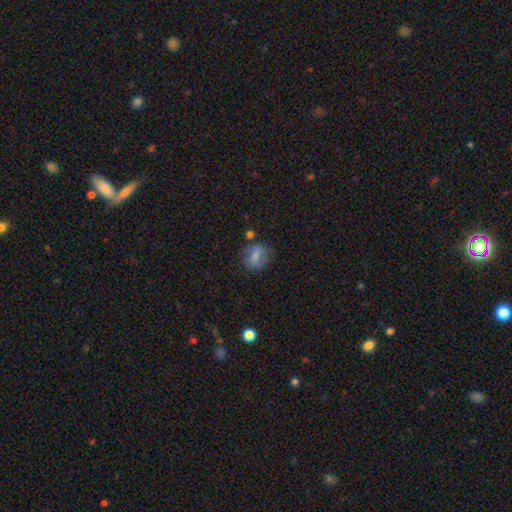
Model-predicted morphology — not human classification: smooth_or_featured: smooth (p=0.70) [alt: featured or disk p=0.19]
how_rounded: in between (p=0.49) [alt: round p=0.48]
merging: none (p=0.64) [alt: minor disturbance p=0.22]